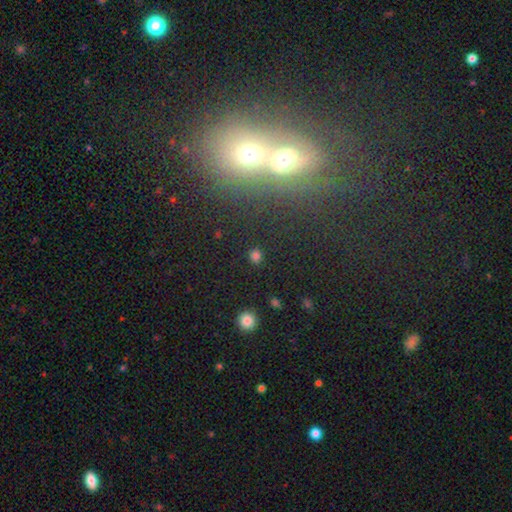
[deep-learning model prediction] smooth_or_featured: smooth (p=0.75) [alt: star or artifact p=0.21]
how_rounded: round (p=0.83) [alt: in between p=0.16]
merging: none (p=0.87) [alt: minor disturbance p=0.08]